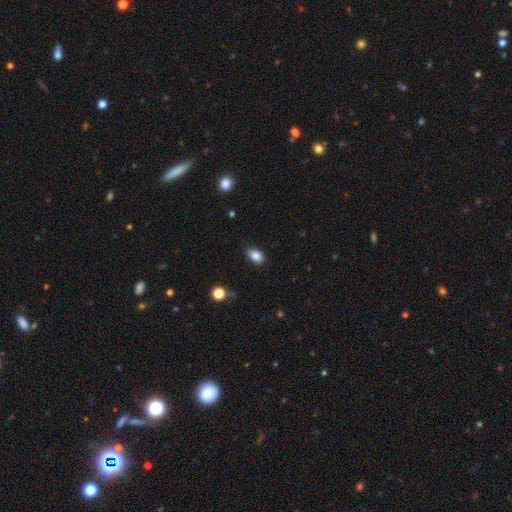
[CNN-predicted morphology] Smooth or featured? smooth (85%)
How rounded? in between (85%)
Merging? none (81%)